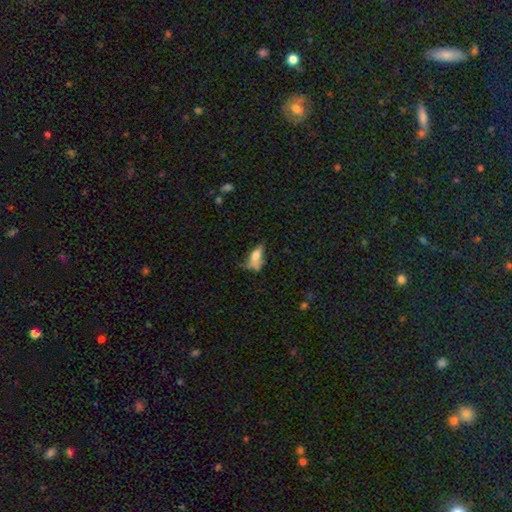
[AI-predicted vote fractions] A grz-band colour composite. It shows a smooth galaxy with no disk features (65%) that is in between round and cigar-shaped (75%). Merging: none (33%).